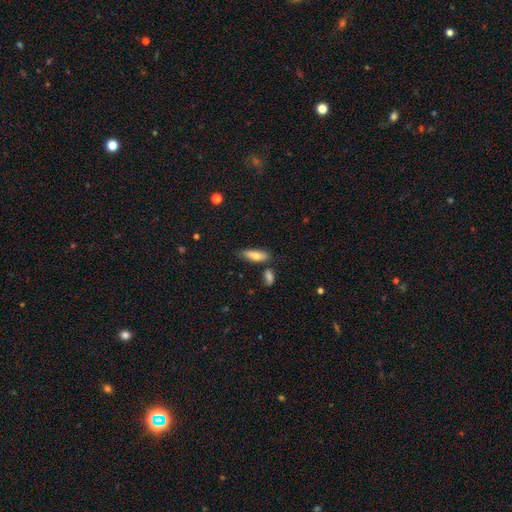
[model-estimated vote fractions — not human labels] Morphology: type=smooth (72%); roundness=in between (61%); merging=none (69%).